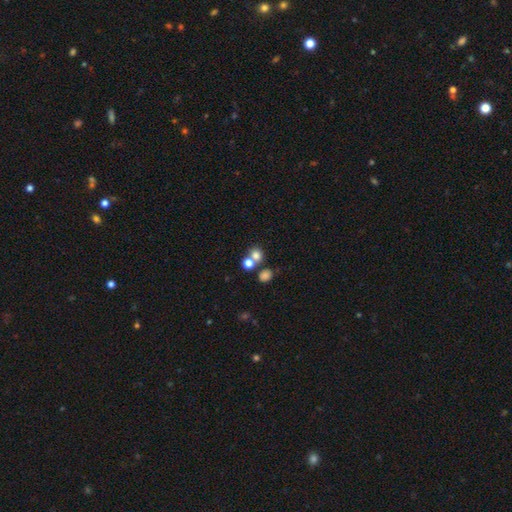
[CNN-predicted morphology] Q: Smooth or featured?
A: smooth (76%); runner-up: star or artifact (14%)
Q: How rounded?
A: round (75%); runner-up: in between (24%)
Q: Merging?
A: none (47%); runner-up: merger (41%)